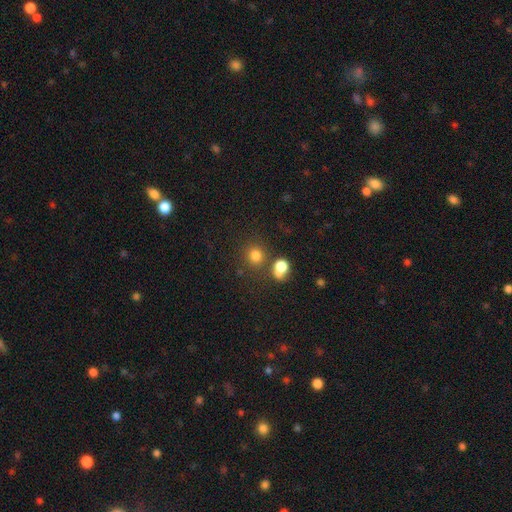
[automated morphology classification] smooth-or-featured: smooth: 79% | star or artifact: 14% | featured or disk: 7%
  how-rounded: round: 83% | in between: 16% | cigar-shaped: 1%
  merging: none: 70% | merger: 16% | minor disturbance: 9% | major disturbance: 5%